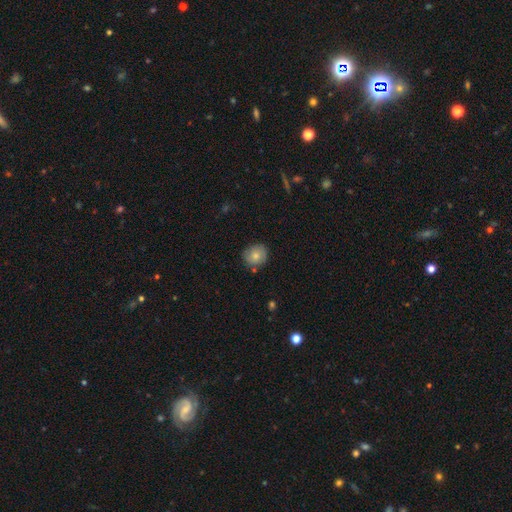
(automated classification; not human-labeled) smooth-or-featured: smooth: 74% | featured or disk: 17% | star or artifact: 9%
  how-rounded: round: 81% | in between: 18% | cigar-shaped: 1%
  merging: none: 80% | minor disturbance: 14% | merger: 3% | major disturbance: 3%